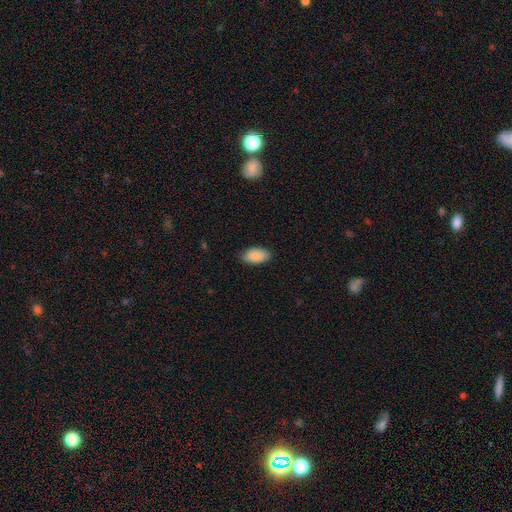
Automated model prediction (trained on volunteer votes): This appears to be a smooth galaxy with no disk features (90%) that is in between round and cigar-shaped (95%). Merging: none (86%).